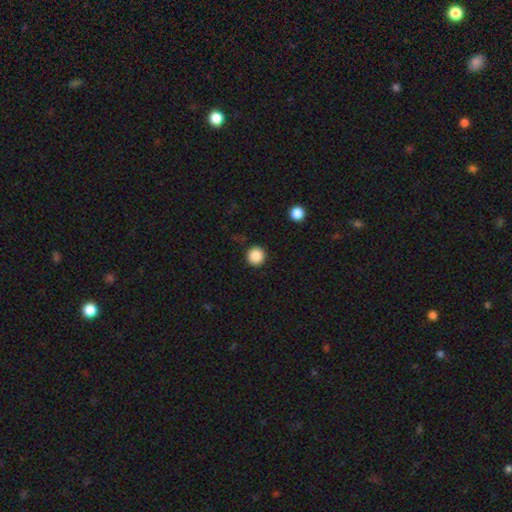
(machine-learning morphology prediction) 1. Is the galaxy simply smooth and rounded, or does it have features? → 87% smooth, 10% star or artifact, 3% featured or disk.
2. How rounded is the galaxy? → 95% round, 4% in between, 1% cigar-shaped.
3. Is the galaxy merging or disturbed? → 91% none, 6% minor disturbance, 2% major disturbance, 1% merger.